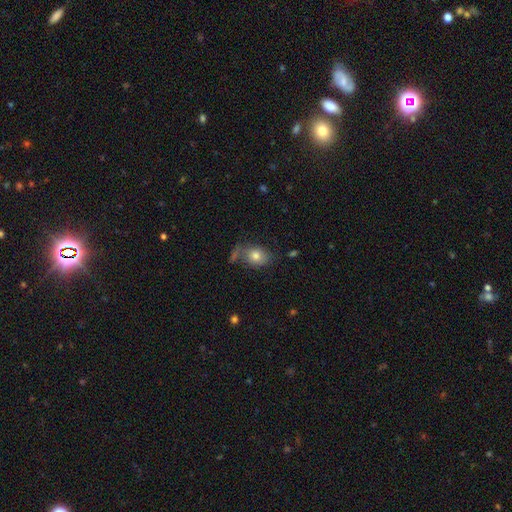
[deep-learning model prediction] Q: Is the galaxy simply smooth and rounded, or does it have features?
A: smooth — 78%.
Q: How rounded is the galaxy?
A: in between — 59%.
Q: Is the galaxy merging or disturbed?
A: none — 61%.